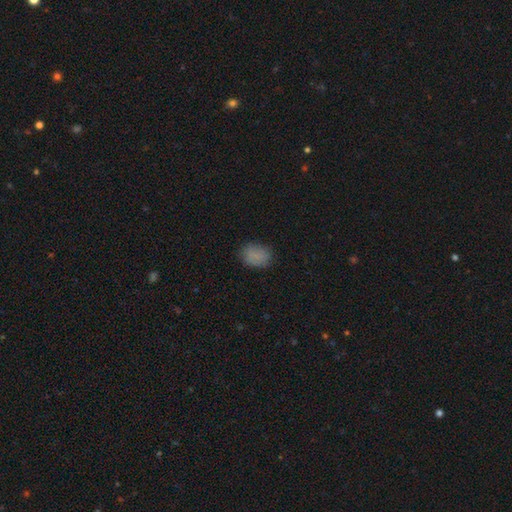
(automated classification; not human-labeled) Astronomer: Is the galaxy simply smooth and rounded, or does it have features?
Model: smooth — 83%.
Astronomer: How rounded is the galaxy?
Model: in between — 66%.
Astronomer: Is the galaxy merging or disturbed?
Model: none — 79%.